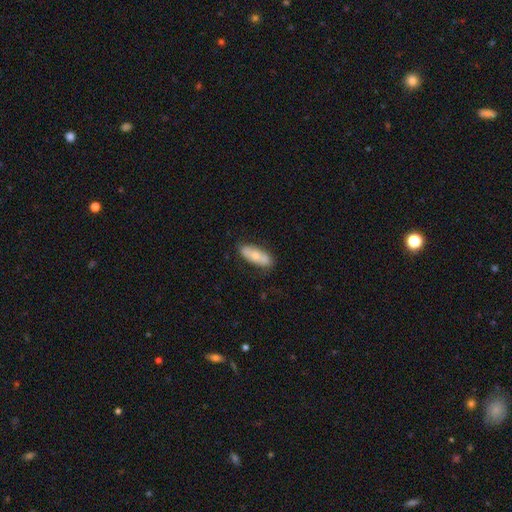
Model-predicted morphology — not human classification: smooth-or-featured: smooth: 65% | featured or disk: 29% | star or artifact: 6%
  how-rounded: in between: 71% | cigar-shaped: 26% | round: 2%
  merging: none: 80% | minor disturbance: 15% | major disturbance: 3% | merger: 2%